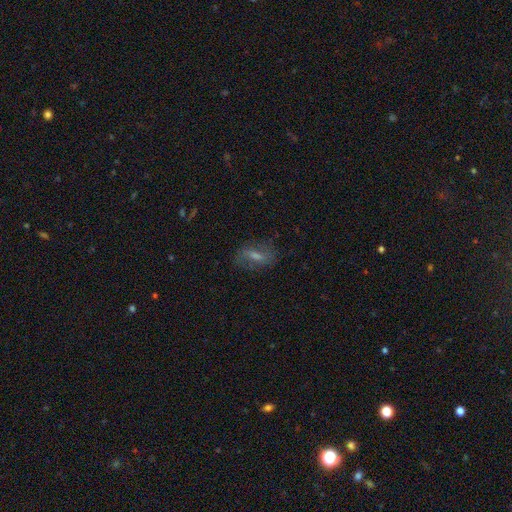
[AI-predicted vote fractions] Morphology: type=smooth (45%); merging=none (70%).